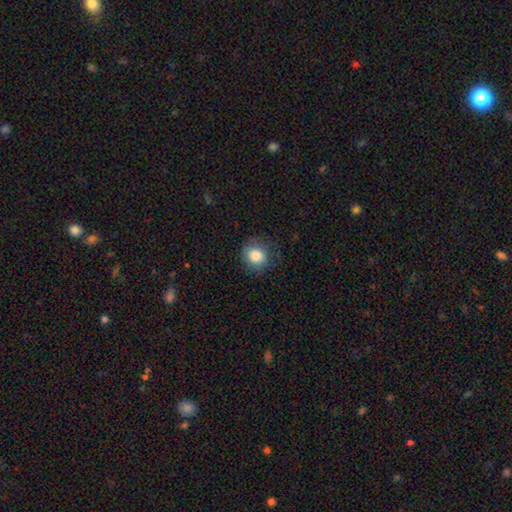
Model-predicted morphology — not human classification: Smooth or featured?
  - smooth: 84% *
  - star or artifact: 9%
  - featured or disk: 7%
How rounded?
  - round: 82% *
  - in between: 17%
  - cigar-shaped: 1%
Merging?
  - none: 76% *
  - minor disturbance: 16%
  - major disturbance: 6%
  - merger: 1%